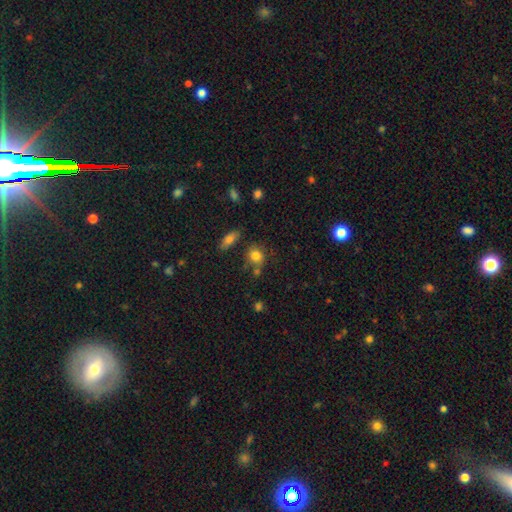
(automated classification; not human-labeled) Smooth or featured? Predicted: smooth (p=0.81). How rounded? Predicted: round (p=0.72). Merging? Predicted: none (p=0.65).